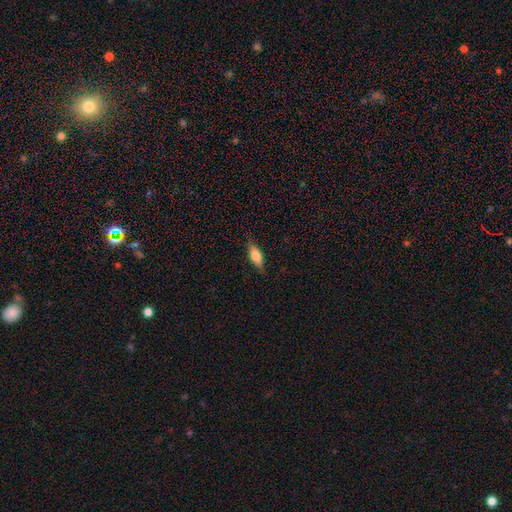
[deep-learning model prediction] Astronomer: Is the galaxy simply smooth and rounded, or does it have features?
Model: smooth — 64%.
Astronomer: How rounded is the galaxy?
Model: in between — 68%.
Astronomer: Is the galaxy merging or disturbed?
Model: none — 81%.